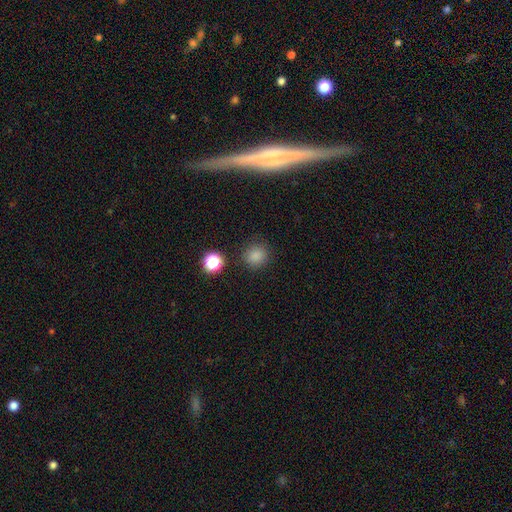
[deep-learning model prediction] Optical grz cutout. It shows a smooth galaxy with no disk features (82%) that is round (90%). Merging: none (87%).